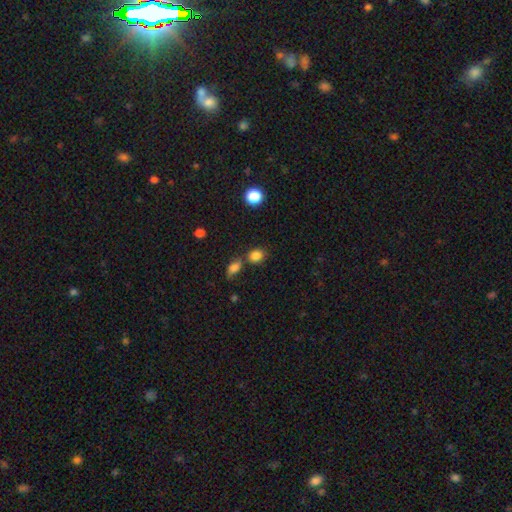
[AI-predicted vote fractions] This appears to be a smooth galaxy with no disk features (84%) that is round (54%). Merging: none (64%).